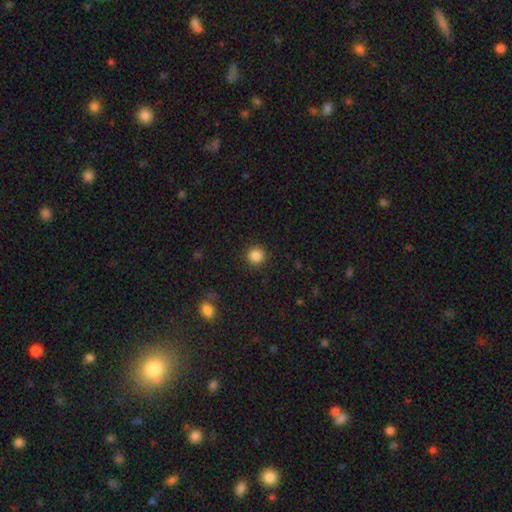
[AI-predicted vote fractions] A smooth galaxy with no disk features (85%) that is round (92%).

Vote fractions:
- Smooth or featured? smooth: 85% / star or artifact: 11% / featured or disk: 4%
- How rounded? round: 92% / in between: 7% / cigar-shaped: 1%
- Merging? none: 91% / minor disturbance: 6% / major disturbance: 2% / merger: 1%